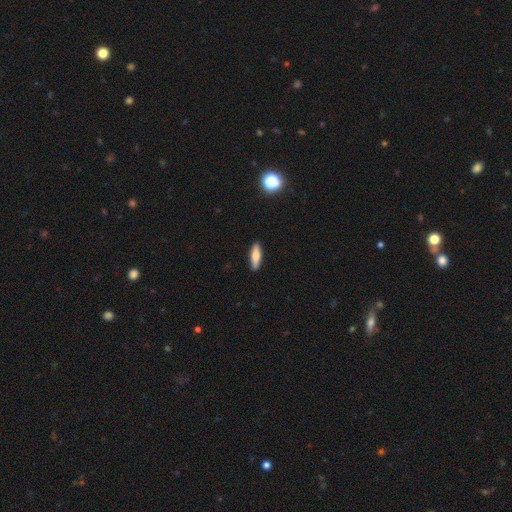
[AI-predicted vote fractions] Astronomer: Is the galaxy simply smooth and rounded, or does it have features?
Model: smooth — 71%.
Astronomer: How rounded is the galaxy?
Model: cigar-shaped — 55% (runner-up: in between, 43%).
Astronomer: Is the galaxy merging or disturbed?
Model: none — 89%.